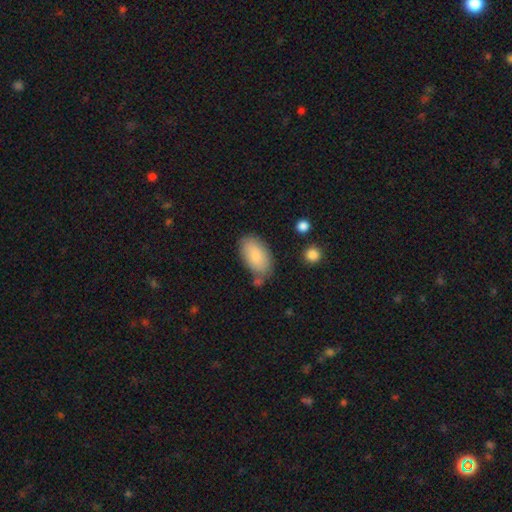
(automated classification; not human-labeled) smooth 82%, featured or disk 12%, star or artifact 6%. Down the decision tree: how rounded — in between (94%); merging — none (69%).